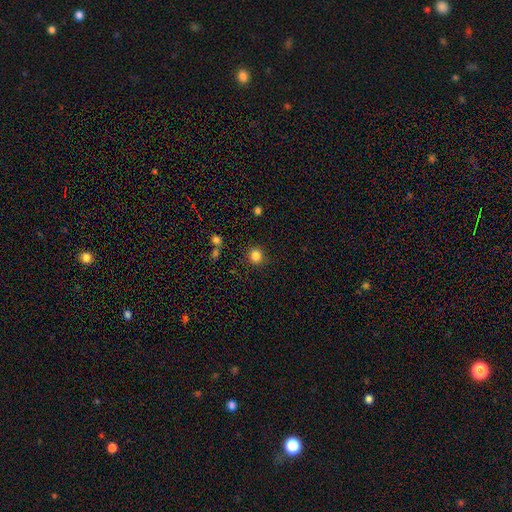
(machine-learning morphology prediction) A smooth galaxy with no disk features (84%) that is round (90%). Merging: none (88%).